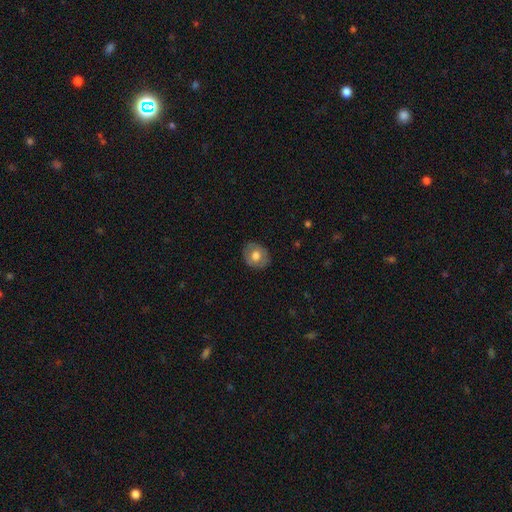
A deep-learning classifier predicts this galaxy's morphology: Overall: smooth (62%; featured or disk 31%). How rounded: round (59%; in between 40%). Merging: none (83%).